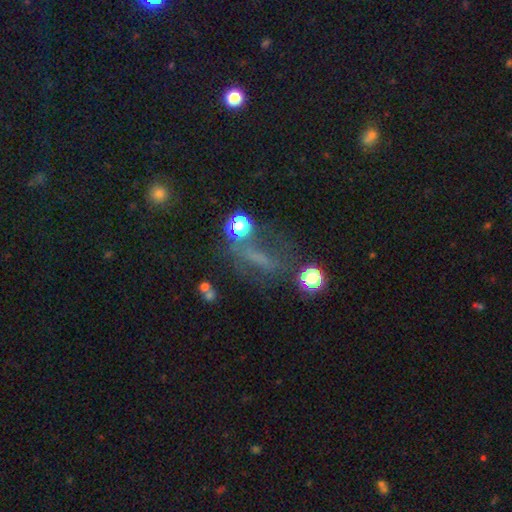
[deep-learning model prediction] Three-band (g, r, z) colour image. It shows a smooth galaxy with no disk features (37%). Merging: none (49%).